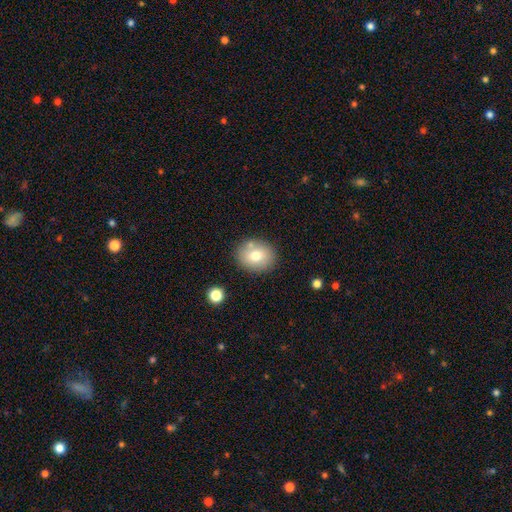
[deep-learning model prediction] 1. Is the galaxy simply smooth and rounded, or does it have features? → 73% smooth, 17% featured or disk, 10% star or artifact.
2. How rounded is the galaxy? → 61% round, 38% in between, 1% cigar-shaped.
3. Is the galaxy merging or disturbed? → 80% none, 11% minor disturbance, 6% merger, 3% major disturbance.